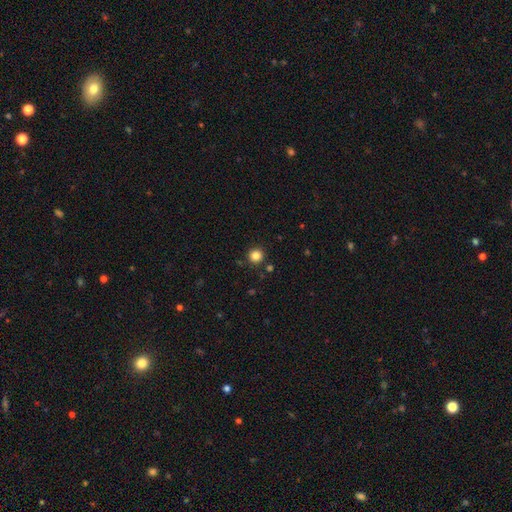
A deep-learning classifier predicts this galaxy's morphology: A smooth galaxy with no disk features (84%) that is round (95%). Merging: none (90%).